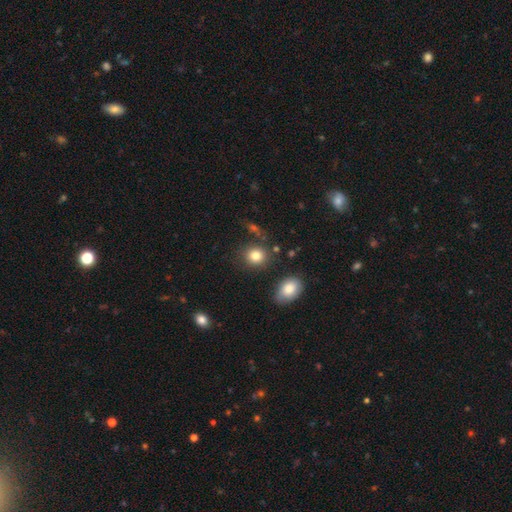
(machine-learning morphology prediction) Q: Smooth or featured?
A: smooth (83%); runner-up: star or artifact (10%)
Q: How rounded?
A: round (71%); runner-up: in between (28%)
Q: Merging?
A: none (78%); runner-up: minor disturbance (12%)